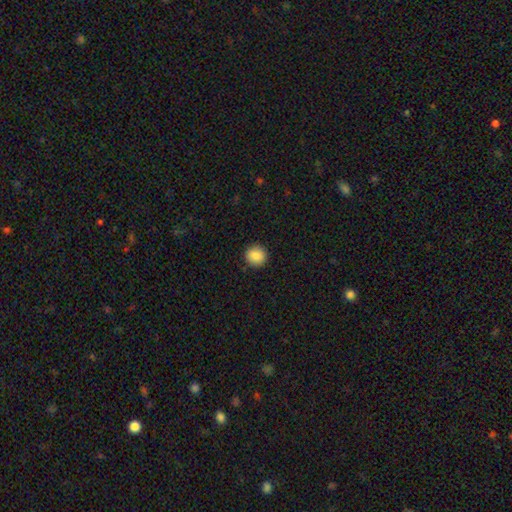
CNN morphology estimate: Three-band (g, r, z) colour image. It shows a smooth galaxy with no disk features (88%) that is round (92%). Merging: none (91%).